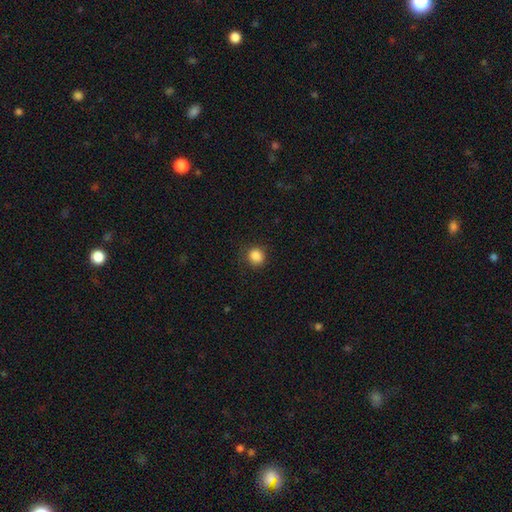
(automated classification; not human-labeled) A smooth galaxy with no disk features (87%) that is round (88%). Merging: none (85%).